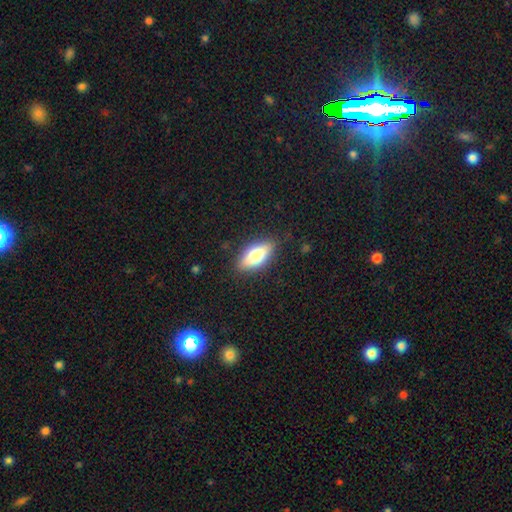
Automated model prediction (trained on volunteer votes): Morphology: type=smooth (72%); roundness=in between (80%); merging=none (84%).